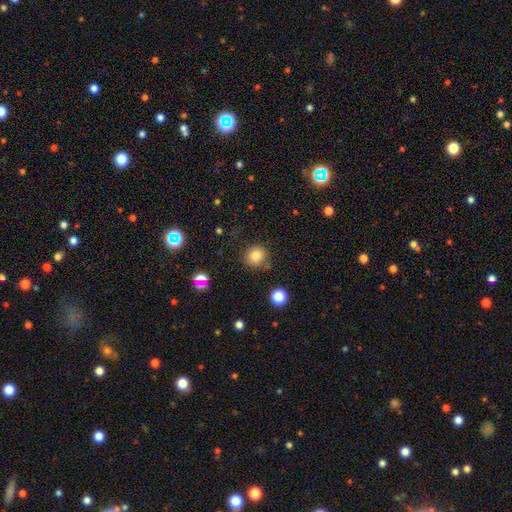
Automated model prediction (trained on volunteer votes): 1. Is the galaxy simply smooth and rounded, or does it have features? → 81% smooth, 13% star or artifact, 7% featured or disk.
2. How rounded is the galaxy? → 90% round, 9% in between, 1% cigar-shaped.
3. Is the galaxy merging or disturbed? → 79% none, 12% minor disturbance, 5% merger, 4% major disturbance.